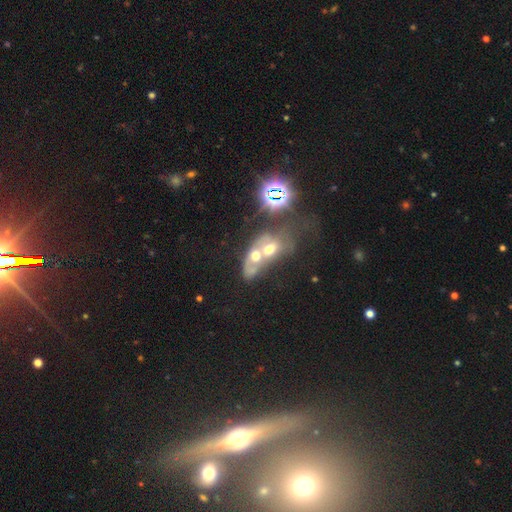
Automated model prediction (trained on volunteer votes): Smooth or featured?
  - smooth: 41% *
  - featured or disk: 40%
  - star or artifact: 19%
Merging?
  - merger: 75% *
  - none: 11%
  - major disturbance: 8%
  - minor disturbance: 5%